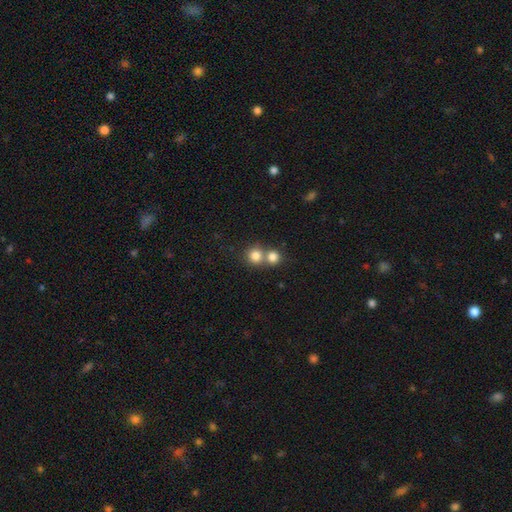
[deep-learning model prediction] smooth-or-featured: smooth: 81% | star or artifact: 11% | featured or disk: 8%
  how-rounded: round: 90% | in between: 9% | cigar-shaped: 1%
  merging: merger: 47% | none: 46% | minor disturbance: 5% | major disturbance: 2%